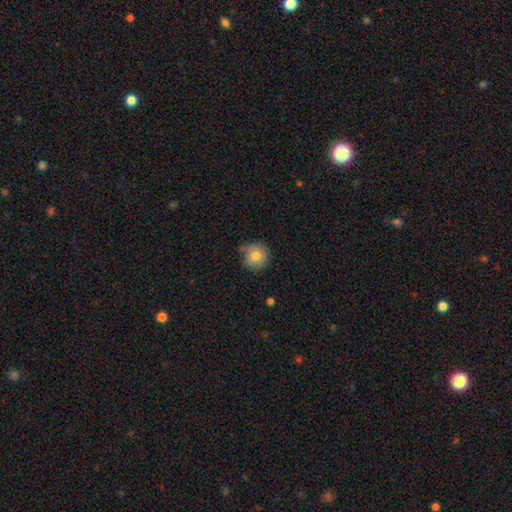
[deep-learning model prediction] This appears to be a smooth galaxy with no disk features (79%) that is round (92%). Merging: none (65%).